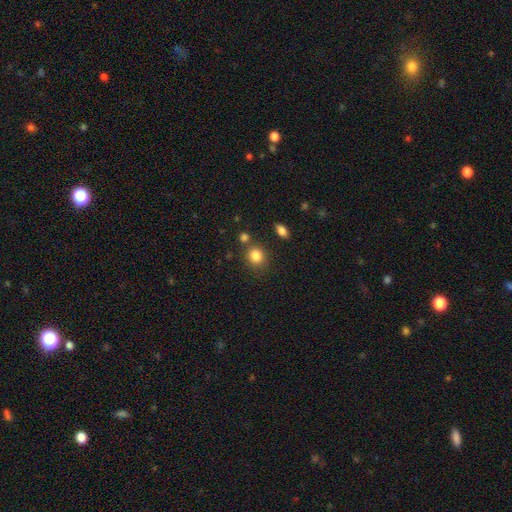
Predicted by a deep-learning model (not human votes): Smooth or featured?
  - smooth: 84% *
  - star or artifact: 11%
  - featured or disk: 5%
How rounded?
  - round: 78% *
  - in between: 21%
  - cigar-shaped: 1%
Merging?
  - none: 75% *
  - minor disturbance: 11%
  - merger: 10%
  - major disturbance: 4%